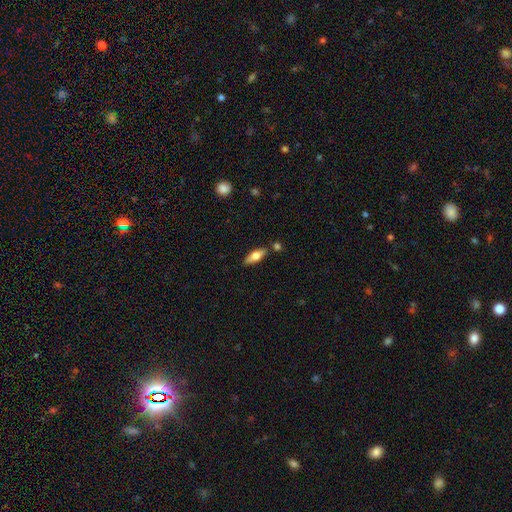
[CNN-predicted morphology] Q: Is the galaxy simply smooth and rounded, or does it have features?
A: smooth — 65%.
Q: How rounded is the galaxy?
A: in between — 65%.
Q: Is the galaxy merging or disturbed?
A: none — 80%.